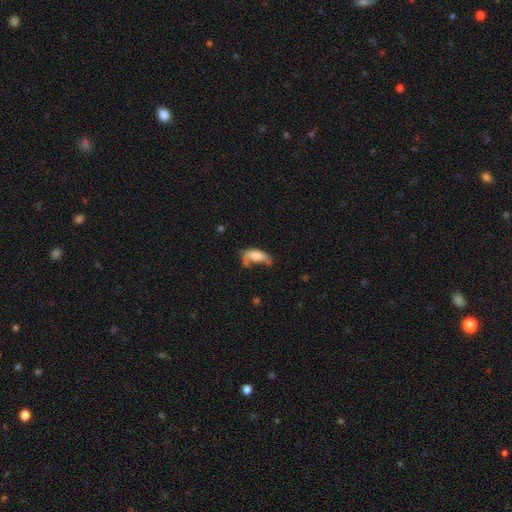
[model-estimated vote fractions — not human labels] Overall: smooth (66%). How rounded: in between (80%). Merging: major disturbance (32%; none 29%).